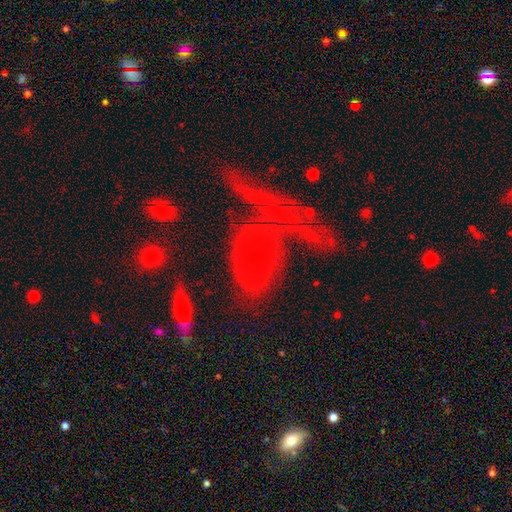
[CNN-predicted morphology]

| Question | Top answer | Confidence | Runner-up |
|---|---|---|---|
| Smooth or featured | featured or disk | 49% | smooth (34%) |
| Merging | none | 41% | merger (27%) |